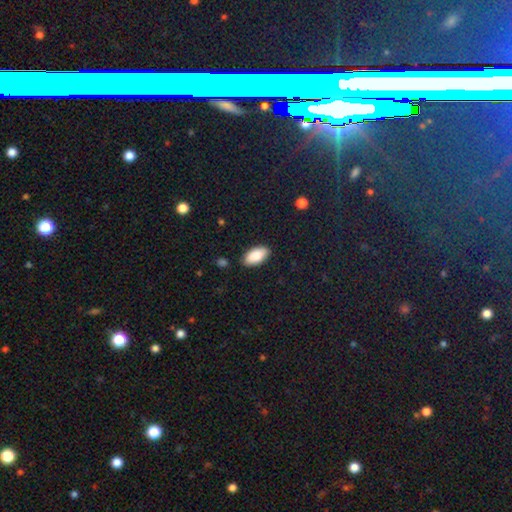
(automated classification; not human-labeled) A smooth galaxy with no disk features (89%) that is in between round and cigar-shaped (95%). Merging: none (86%).